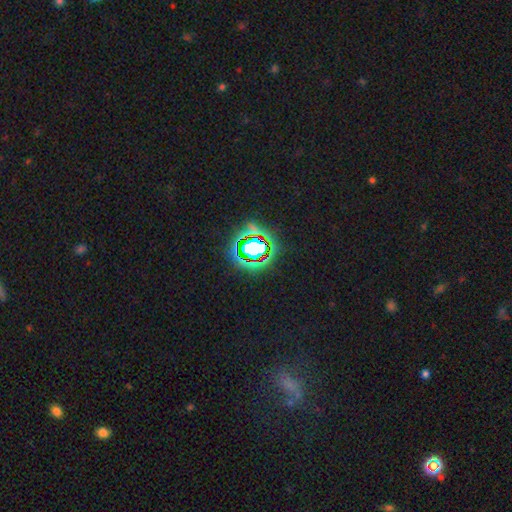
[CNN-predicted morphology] This appears to be a star or artifact, not a galaxy (68%).